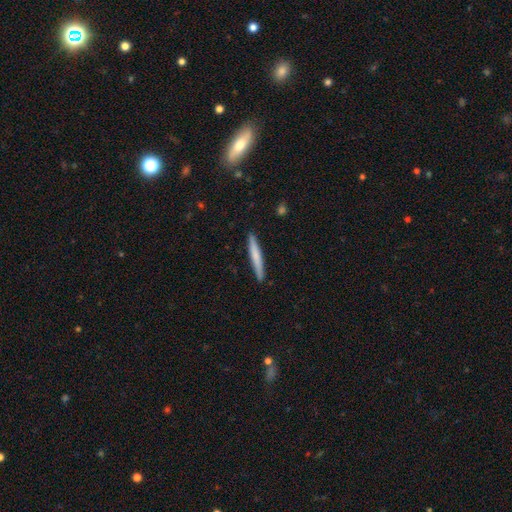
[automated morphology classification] Overall: smooth (67%; featured or disk 28%). How rounded: cigar-shaped (96%). Merging: none (91%).